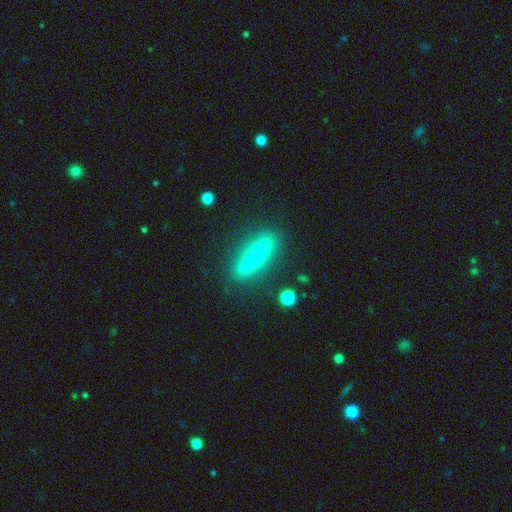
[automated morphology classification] smooth-or-featured: featured or disk: 55% | smooth: 38% | star or artifact: 7%
  disk-edge-on: yes: 70% | no: 30%
  merging: none: 81% | minor disturbance: 13% | major disturbance: 4% | merger: 2%